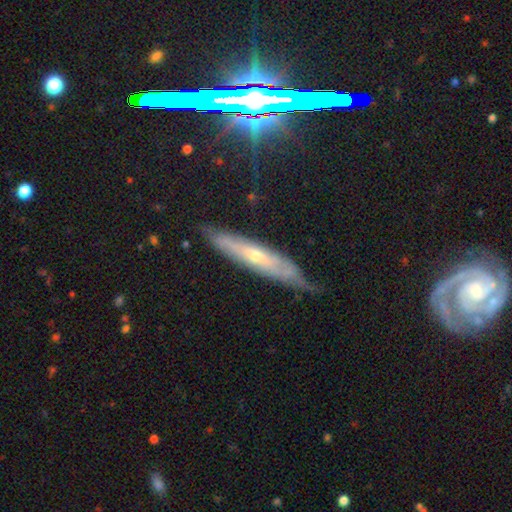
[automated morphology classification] Smooth or featured?
  - featured or disk: 63% *
  - smooth: 25%
  - star or artifact: 12%
Edge-on disk?
  - yes: 62% *
  - no: 38%
Merging?
  - none: 69% *
  - minor disturbance: 24%
  - major disturbance: 5%
  - merger: 2%